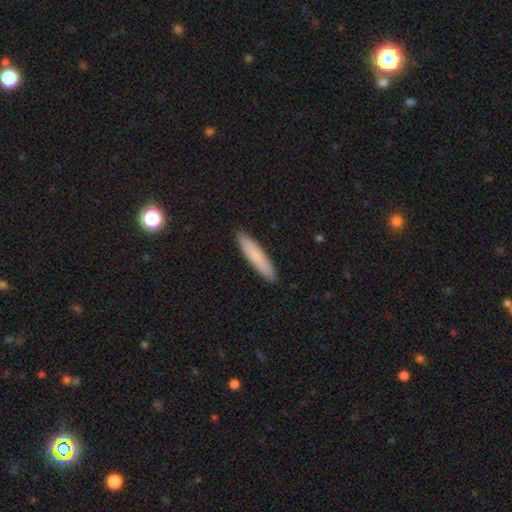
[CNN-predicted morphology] A smooth galaxy with no disk features (80%) that is cigar-shaped (87%).

Vote fractions:
- Smooth or featured? smooth: 80% / featured or disk: 14% / star or artifact: 6%
- How rounded? cigar-shaped: 87% / in between: 12% / round: 1%
- Merging? none: 91% / minor disturbance: 7% / major disturbance: 1% / merger: 1%